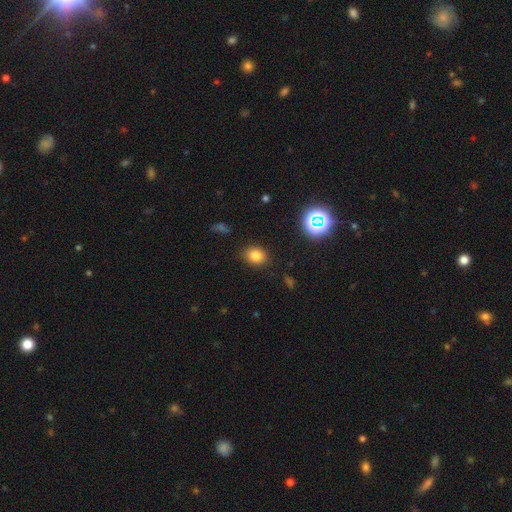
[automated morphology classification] Smooth or featured? Predicted: smooth (p=0.80). How rounded? Predicted: round (p=0.54). Merging? Predicted: none (p=0.86).